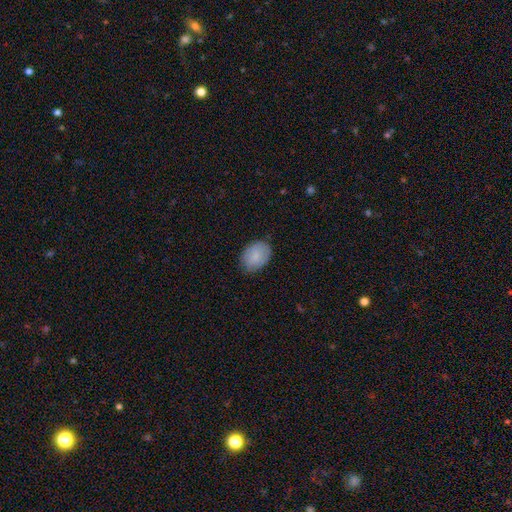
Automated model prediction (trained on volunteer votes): A smooth galaxy with no disk features (81%) that is in between round and cigar-shaped (76%).

Vote fractions:
- Smooth or featured? smooth: 81% / featured or disk: 12% / star or artifact: 7%
- How rounded? in between: 76% / round: 23% / cigar-shaped: 1%
- Merging? none: 80% / minor disturbance: 16% / major disturbance: 3% / merger: 1%